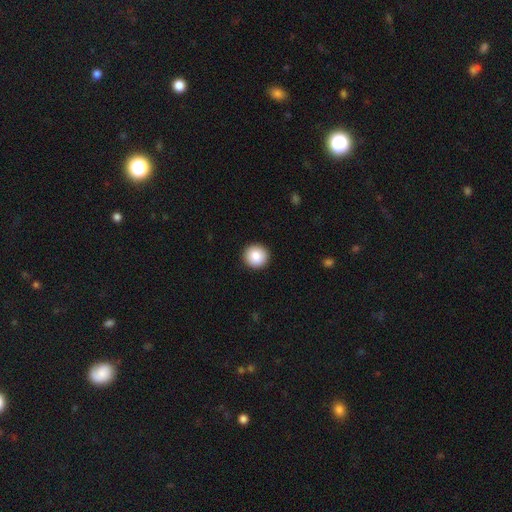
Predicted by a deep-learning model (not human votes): This appears to be a smooth galaxy with no disk features (86%) that is round (93%). Merging: none (93%).